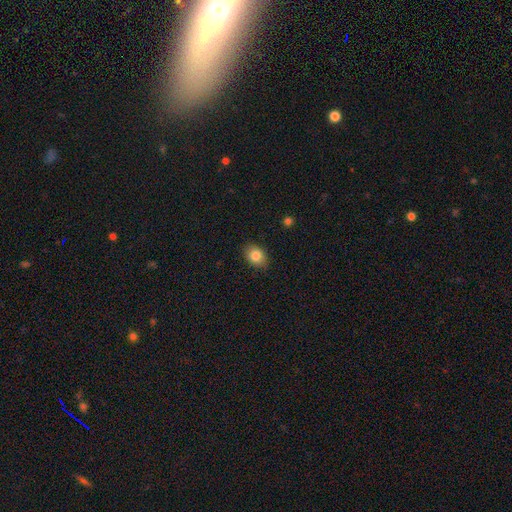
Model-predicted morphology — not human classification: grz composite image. It shows a smooth galaxy with no disk features (84%) that is in between round and cigar-shaped (67%). Merging: none (86%).